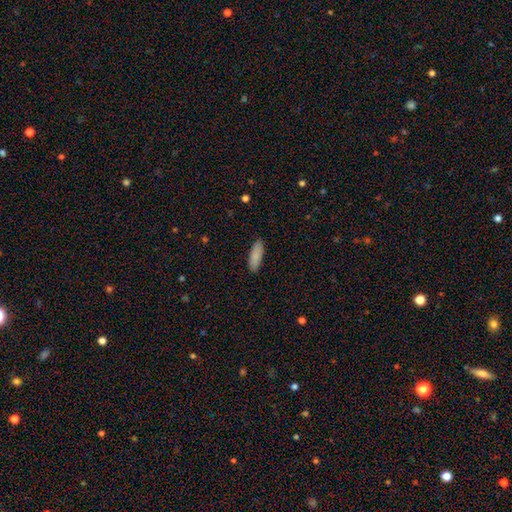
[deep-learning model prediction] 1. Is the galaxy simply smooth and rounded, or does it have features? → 87% smooth, 7% featured or disk, 6% star or artifact.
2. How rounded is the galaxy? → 54% in between, 45% cigar-shaped, 2% round.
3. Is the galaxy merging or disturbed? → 89% none, 9% minor disturbance, 2% major disturbance, 1% merger.